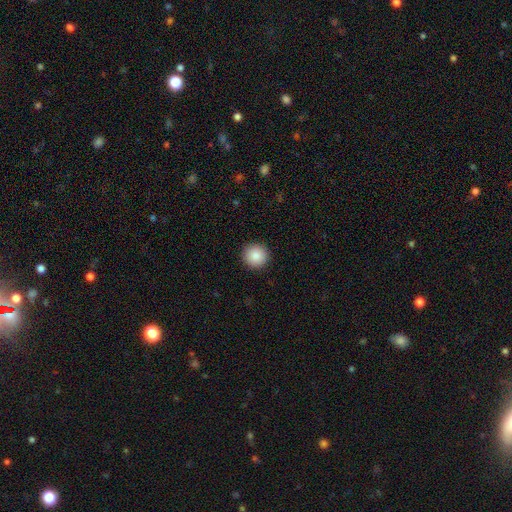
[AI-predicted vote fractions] Q: Smooth or featured?
A: smooth (88%); runner-up: star or artifact (8%)
Q: How rounded?
A: round (95%); runner-up: in between (4%)
Q: Merging?
A: none (93%); runner-up: minor disturbance (5%)